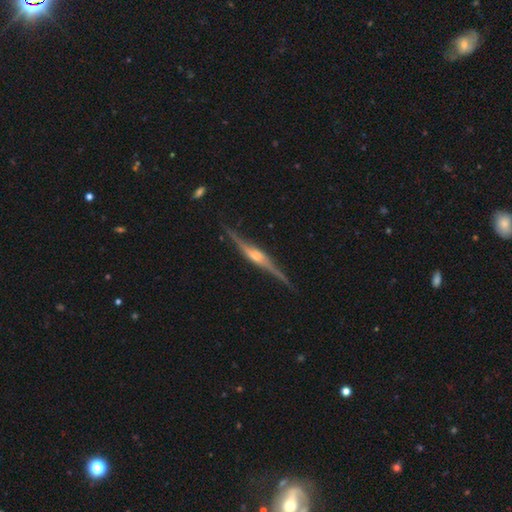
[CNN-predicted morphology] This is clearly a featured or disk galaxy (86%). It is clearly viewed edge-on (97%). Edge-on bulge: likely rounded (75%). Merging: clearly none (84%).